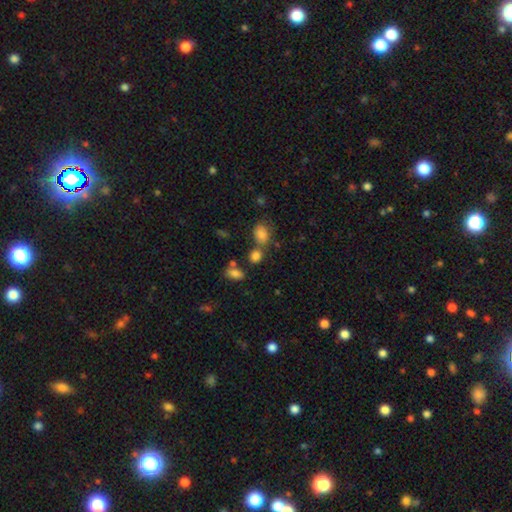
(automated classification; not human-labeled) Smooth or featured: smooth — 80% (star or artifact — 13%)
How rounded: in between — 52% (round — 46%)
Merging: none — 55% (merger — 27%)